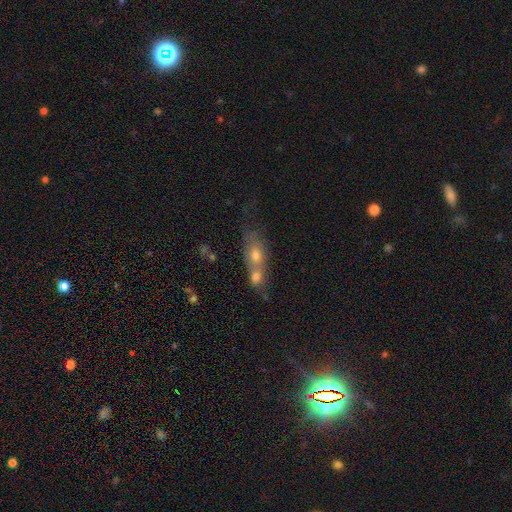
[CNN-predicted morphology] smooth-or-featured: smooth: 59% | featured or disk: 29% | star or artifact: 11%
  how-rounded: in between: 59% | round: 21% | cigar-shaped: 19%
  merging: merger: 63% | none: 22% | minor disturbance: 9% | major disturbance: 6%